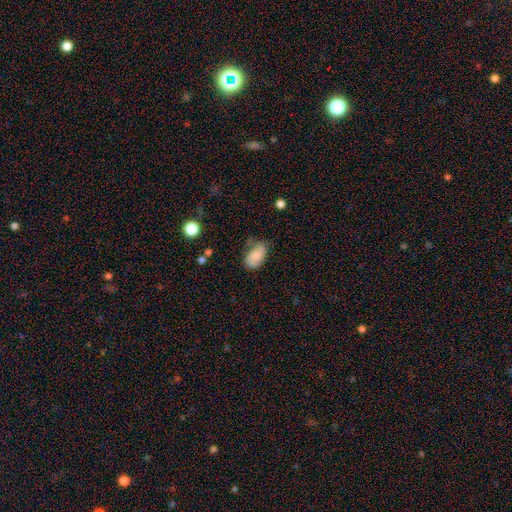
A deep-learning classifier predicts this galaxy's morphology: Smooth or featured? Predicted: smooth (p=0.81). How rounded? Predicted: in between (p=0.92). Merging? Predicted: none (p=0.57).